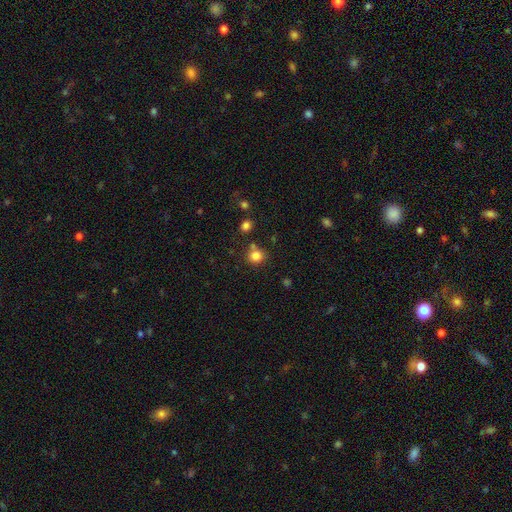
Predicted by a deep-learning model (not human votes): Smooth or featured? Predicted: smooth (p=0.82). How rounded? Predicted: round (p=0.86). Merging? Predicted: none (p=0.75).